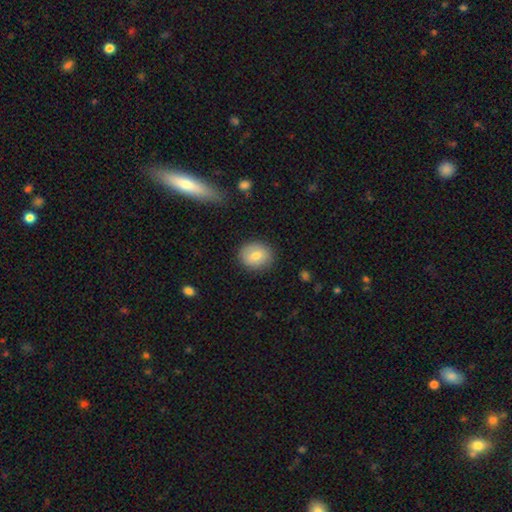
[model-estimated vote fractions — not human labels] Overall: smooth (75%). How rounded: round (67%; in between 32%). Merging: none (85%).